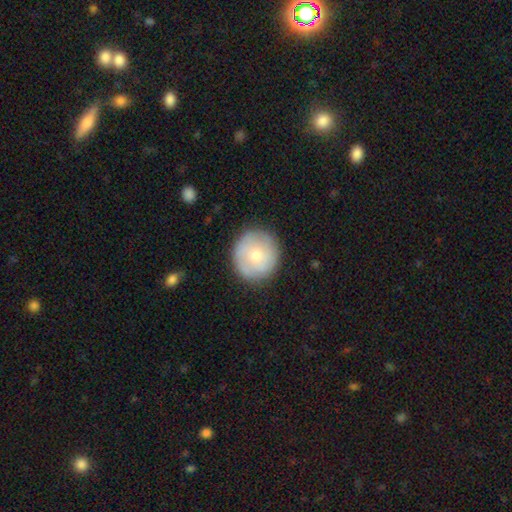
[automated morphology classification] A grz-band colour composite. It shows a smooth galaxy with no disk features (65%) that is round (93%). Merging: none (85%).